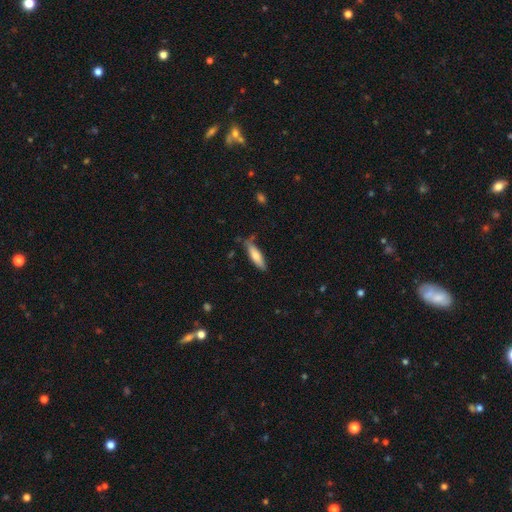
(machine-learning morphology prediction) A smooth galaxy with no disk features (74%) that is cigar-shaped (63%). Merging: none (68%).